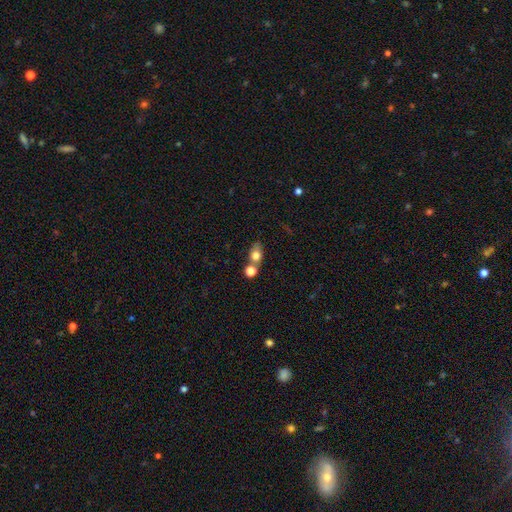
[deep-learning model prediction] Q: Smooth or featured?
A: smooth (75%); runner-up: featured or disk (14%)
Q: How rounded?
A: in between (60%); runner-up: round (37%)
Q: Merging?
A: none (52%); runner-up: merger (31%)